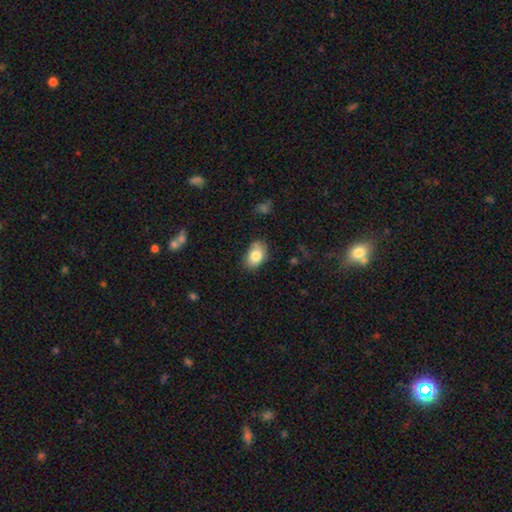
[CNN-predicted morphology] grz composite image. It shows a smooth galaxy with no disk features (82%) that is in between round and cigar-shaped (86%). Merging: none (76%).